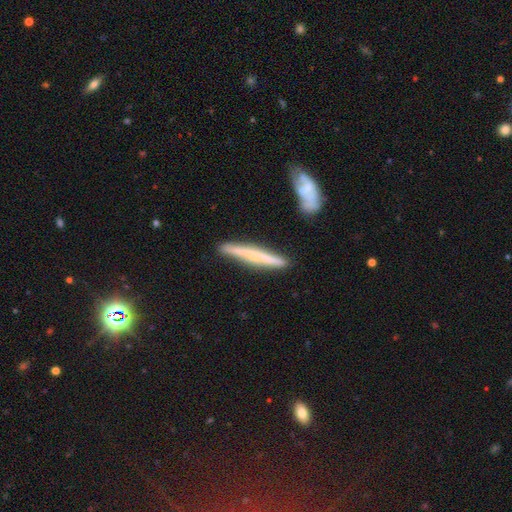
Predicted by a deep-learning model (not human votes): smooth-or-featured: featured or disk: 50% | smooth: 43% | star or artifact: 7%
  disk-edge-on: yes: 95% | no: 5%
  merging: none: 86% | minor disturbance: 9% | merger: 3% | major disturbance: 2%